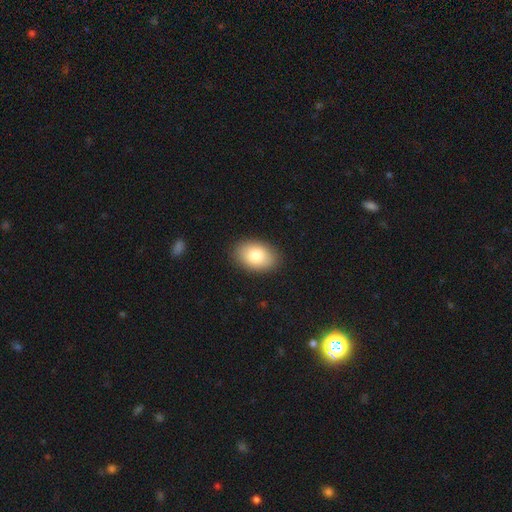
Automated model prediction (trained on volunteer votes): This appears to be a smooth galaxy with no disk features (83%) that is in between round and cigar-shaped (86%). Merging: none (89%).